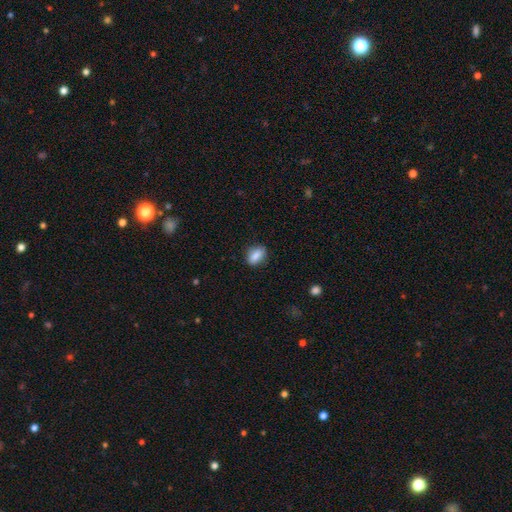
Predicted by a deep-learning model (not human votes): Smooth or featured? smooth (84%)
How rounded? in between (82%)
Merging? none (82%)